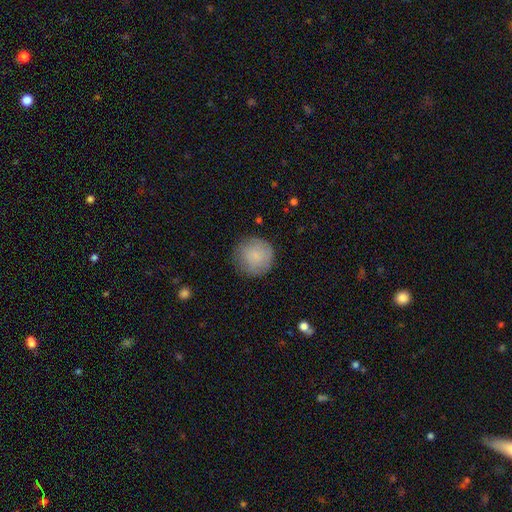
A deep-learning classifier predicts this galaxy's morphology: Q: Smooth or featured?
A: smooth (78%); runner-up: featured or disk (15%)
Q: How rounded?
A: round (94%); runner-up: in between (5%)
Q: Merging?
A: none (81%); runner-up: minor disturbance (14%)